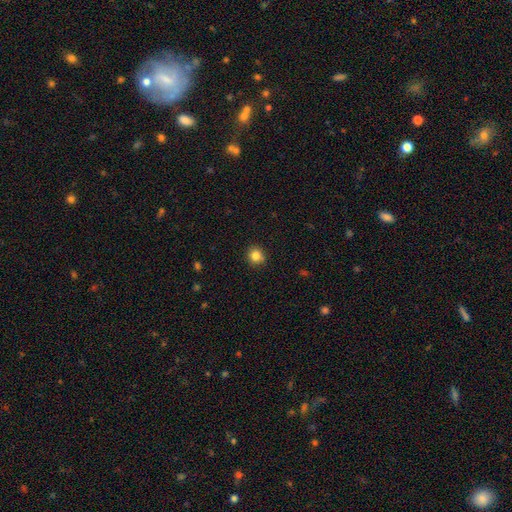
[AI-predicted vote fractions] The model was most divided on "smooth or featured": smooth: 84%, star or artifact: 11%, featured or disk: 5%. More confident: how rounded — round (89%); merging — none (88%).